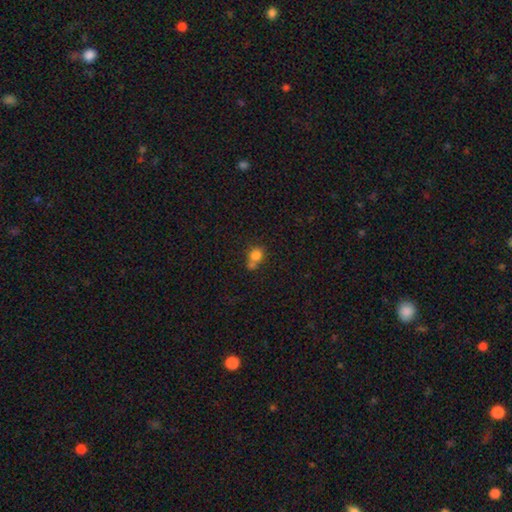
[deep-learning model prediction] smooth-or-featured: smooth: 79% | star or artifact: 12% | featured or disk: 9%
  how-rounded: round: 78% | in between: 21% | cigar-shaped: 1%
  merging: none: 43% | merger: 40% | minor disturbance: 12% | major disturbance: 5%